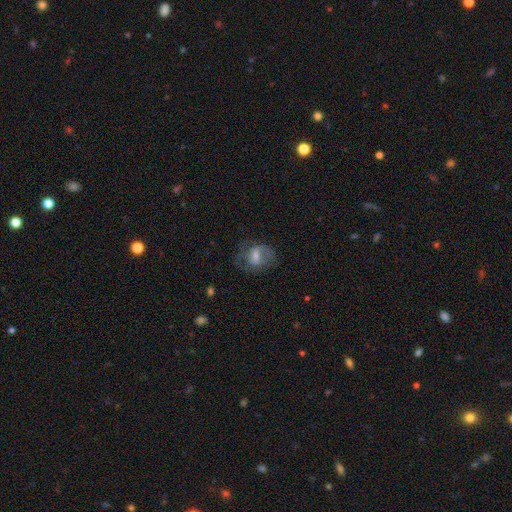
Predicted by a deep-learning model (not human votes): This is possibly a featured or disk galaxy (52%). It is clearly not viewed edge-on (95%). Merging: possibly none (51%).